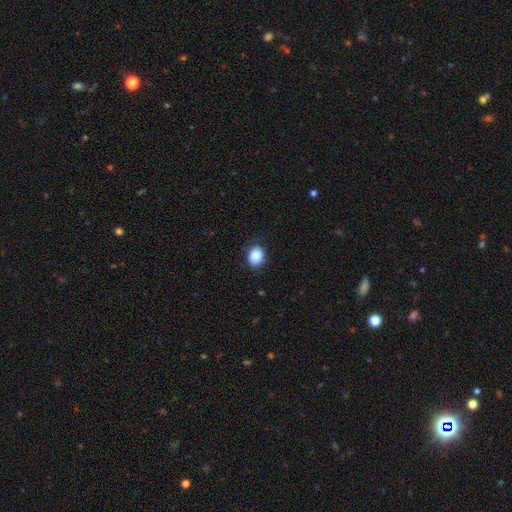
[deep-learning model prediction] This is clearly a smooth galaxy (88%). How rounded: possibly in between (50%). Merging: clearly none (84%).